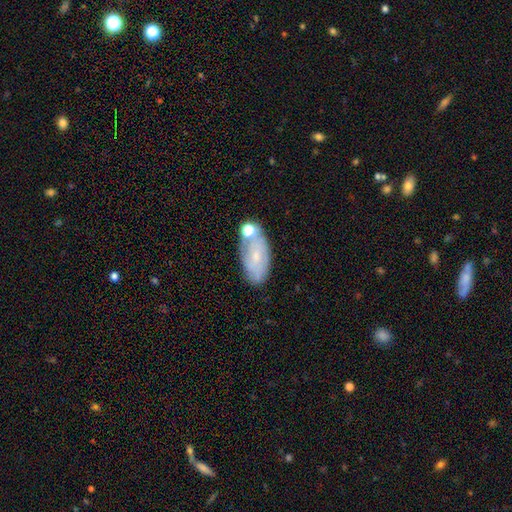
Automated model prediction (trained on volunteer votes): This is possibly a featured or disk galaxy (46%). Merging: possibly none (59%).